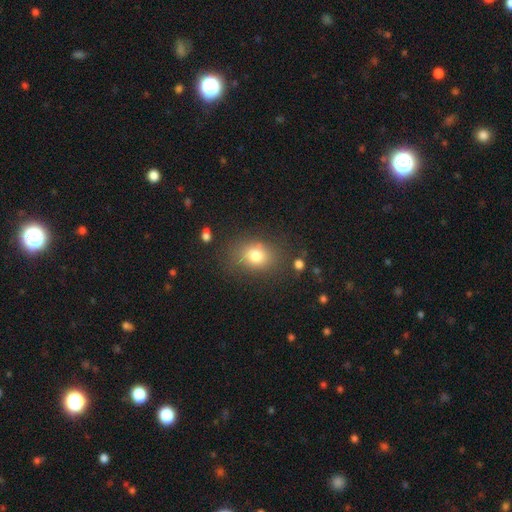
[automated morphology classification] This appears to be a smooth galaxy with no disk features (78%) that is in between round and cigar-shaped (54%). Merging: none (75%).